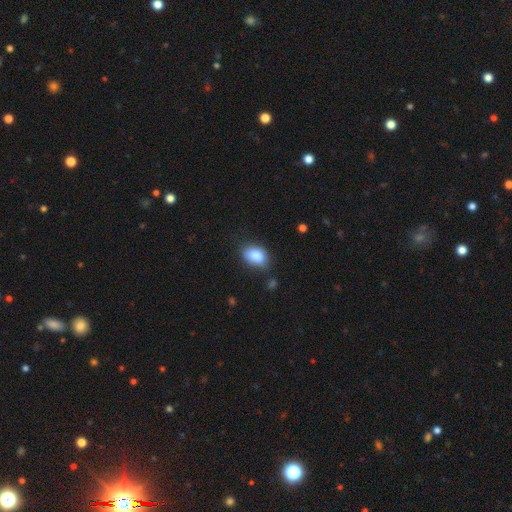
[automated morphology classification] smooth-or-featured: smooth: 87% | star or artifact: 7% | featured or disk: 6%
  how-rounded: in between: 86% | round: 12% | cigar-shaped: 1%
  merging: none: 72% | minor disturbance: 20% | major disturbance: 5% | merger: 3%